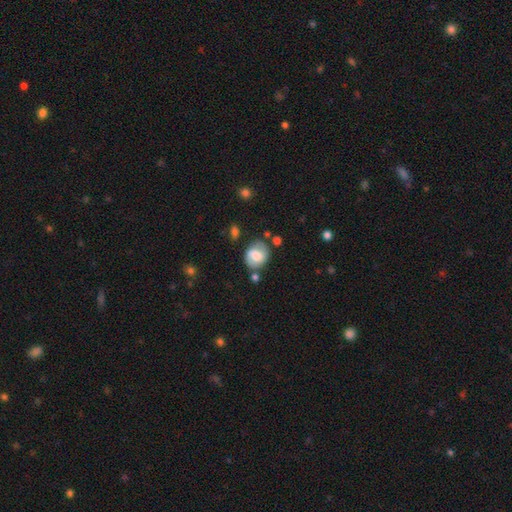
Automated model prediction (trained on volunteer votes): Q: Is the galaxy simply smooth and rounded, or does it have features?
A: smooth — 52%.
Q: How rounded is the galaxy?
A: round — 60%.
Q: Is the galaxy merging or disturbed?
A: none — 69%.